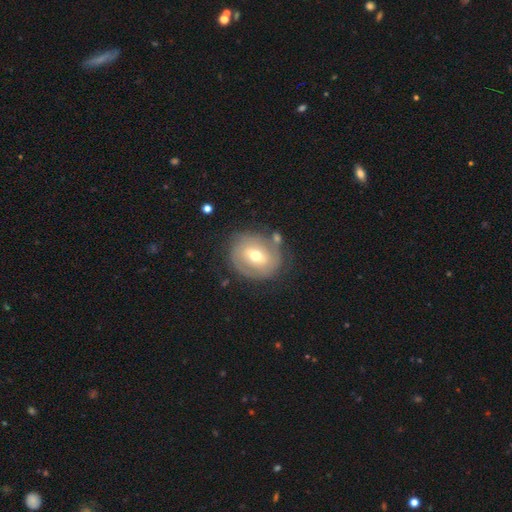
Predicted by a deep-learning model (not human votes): This appears to be a featured or disk galaxy (63%) with a weak bar (45%), spiral arms (66%) and a moderate central bulge (67%). Merging: none (73%).